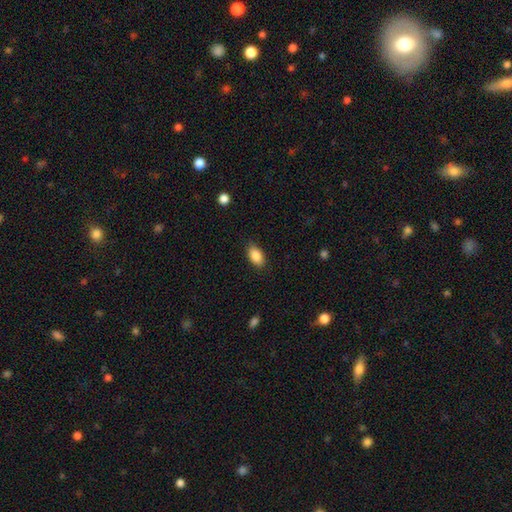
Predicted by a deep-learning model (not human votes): Smooth or featured: smooth — 87% (star or artifact — 7%)
How rounded: in between — 92% (round — 6%)
Merging: none — 84% (minor disturbance — 12%)